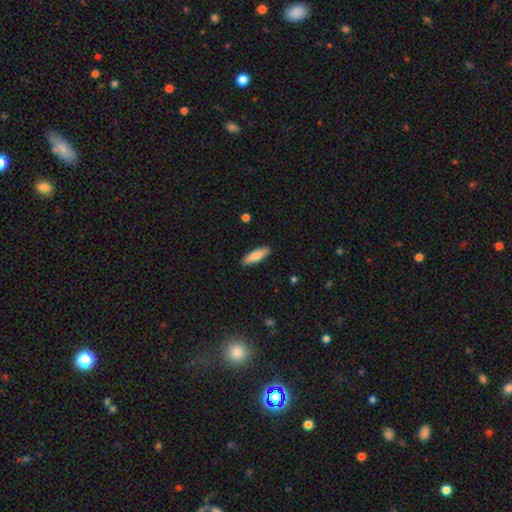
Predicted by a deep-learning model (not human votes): Smooth or featured? smooth (82%)
How rounded? cigar-shaped (54%)
Merging? none (89%)